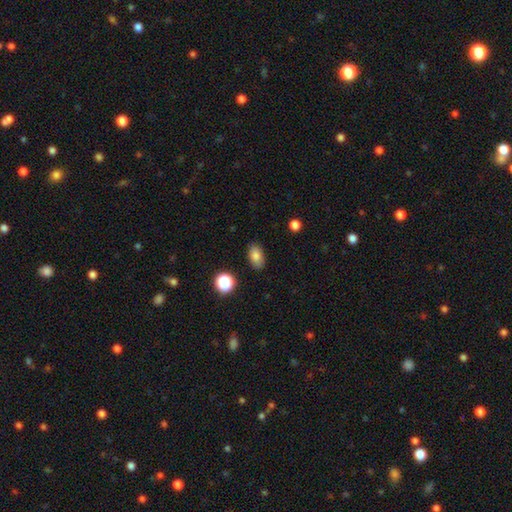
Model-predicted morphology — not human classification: Smooth or featured? smooth (82%)
How rounded? in between (88%)
Merging? none (86%)